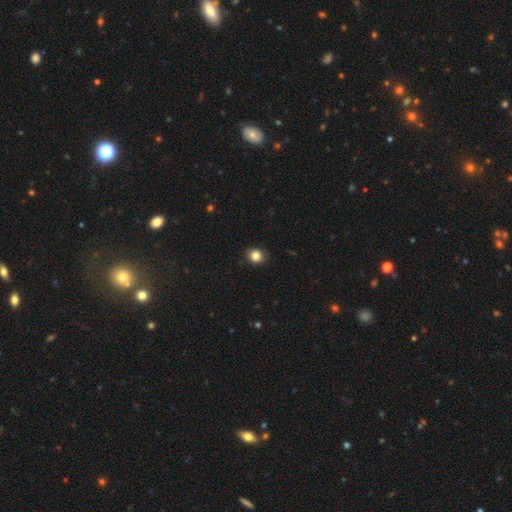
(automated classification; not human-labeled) Morphology: type=smooth (85%); roundness=round (71%); merging=none (88%).